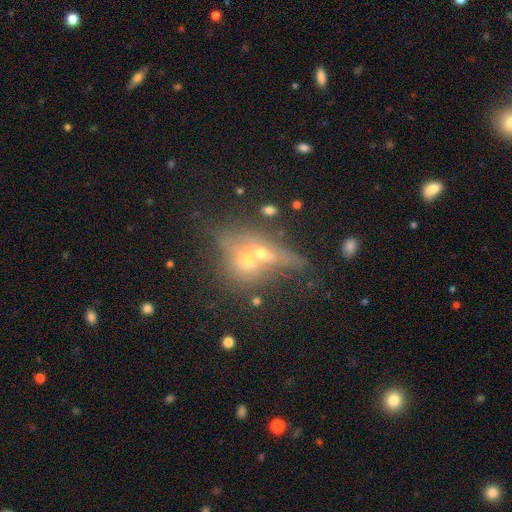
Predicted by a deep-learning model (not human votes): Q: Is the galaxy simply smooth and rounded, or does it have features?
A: featured or disk — 44%.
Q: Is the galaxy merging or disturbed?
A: merger — 56%.